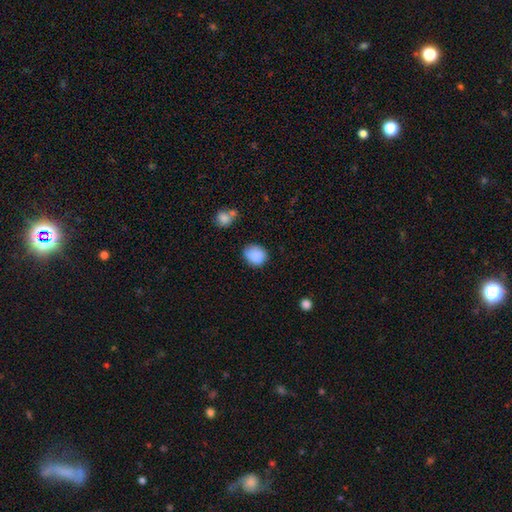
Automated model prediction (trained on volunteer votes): A smooth galaxy with no disk features (87%) that is round (64%).

Vote fractions:
- Smooth or featured? smooth: 87% / star or artifact: 8% / featured or disk: 4%
- How rounded? round: 64% / in between: 35% / cigar-shaped: 1%
- Merging? none: 69% / minor disturbance: 24% / major disturbance: 5% / merger: 3%